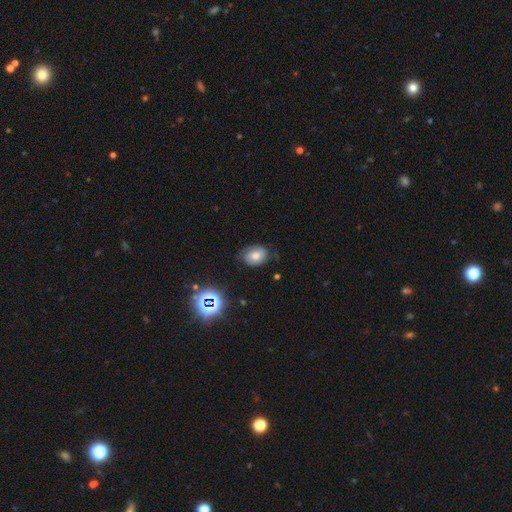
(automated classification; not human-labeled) Smooth or featured? smooth (52%)
How rounded? in between (64%)
Merging? none (66%)